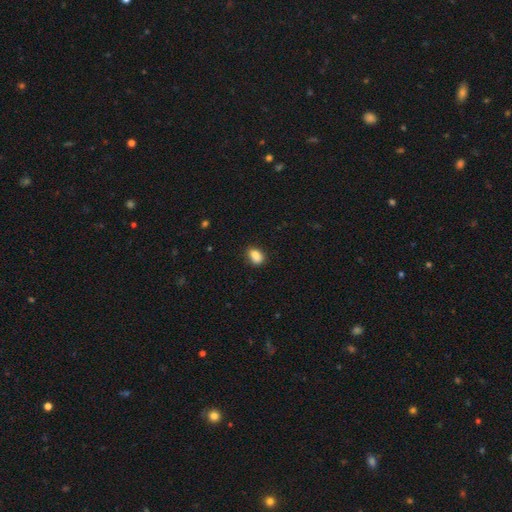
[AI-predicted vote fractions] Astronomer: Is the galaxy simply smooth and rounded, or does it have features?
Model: smooth — 86%.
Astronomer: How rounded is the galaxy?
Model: in between — 81%.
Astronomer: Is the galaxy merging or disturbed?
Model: none — 78%.